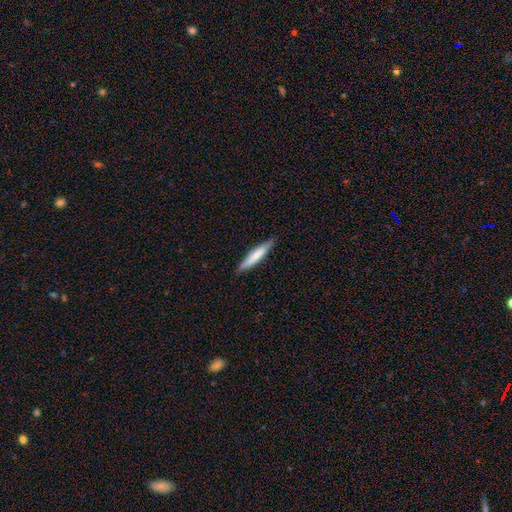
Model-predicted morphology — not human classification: A smooth galaxy with no disk features (71%) that is cigar-shaped (90%).

Vote fractions:
- Smooth or featured? smooth: 71% / featured or disk: 24% / star or artifact: 5%
- How rounded? cigar-shaped: 90% / in between: 9% / round: 1%
- Merging? none: 88% / minor disturbance: 9% / major disturbance: 2% / merger: 1%